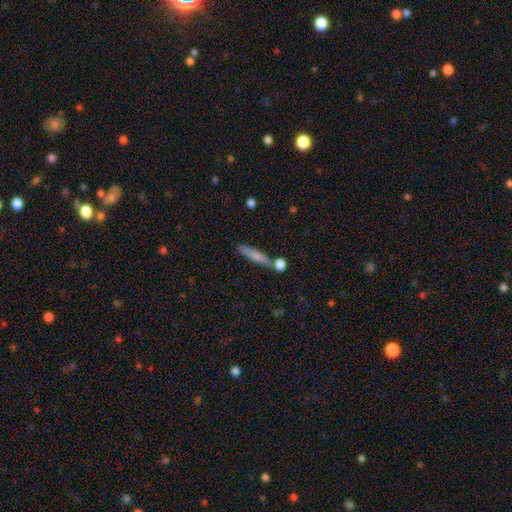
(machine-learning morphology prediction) This is likely a smooth galaxy (66%). How rounded: clearly cigar-shaped (86%). Merging: likely none (65%).